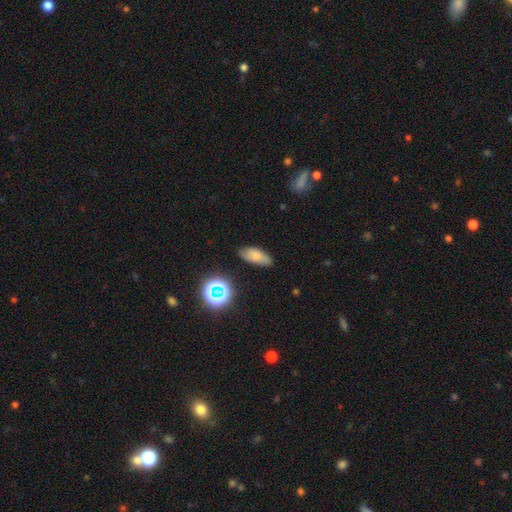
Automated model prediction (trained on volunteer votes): Smooth or featured? Predicted: smooth (p=0.69). How rounded? Predicted: in between (p=0.84). Merging? Predicted: none (p=0.79).